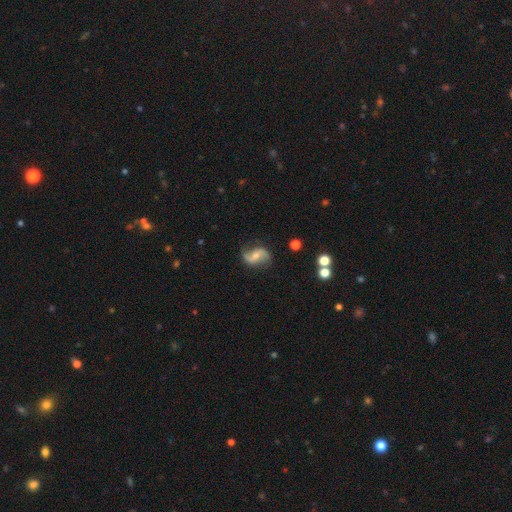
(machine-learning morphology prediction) featured or disk 80%, smooth 13%, star or artifact 6%. Down the decision tree: edge-on disk — no (97%); bar — no (42%); spiral arms — yes (94%); spiral arm count — 2 (92%); spiral winding — loose (72%); bulge size — small (50%); merging — none (77%).